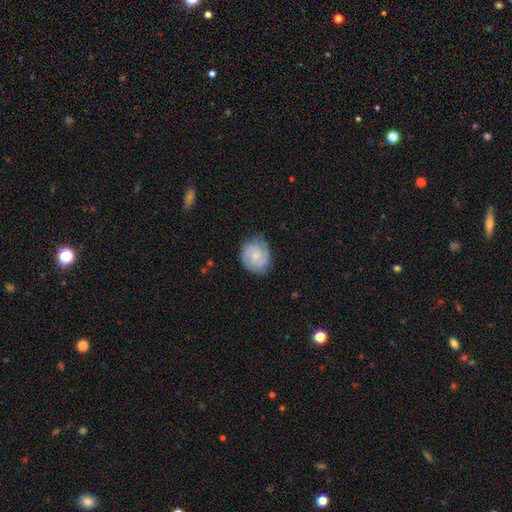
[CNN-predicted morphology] type=featured or disk (78%); edge-on=no (98%); bar=no (62%); spiral arms=yes (97%); winding=tight (63%); arm count=2 (73%); bulge=small (55%); merging=none (79%).